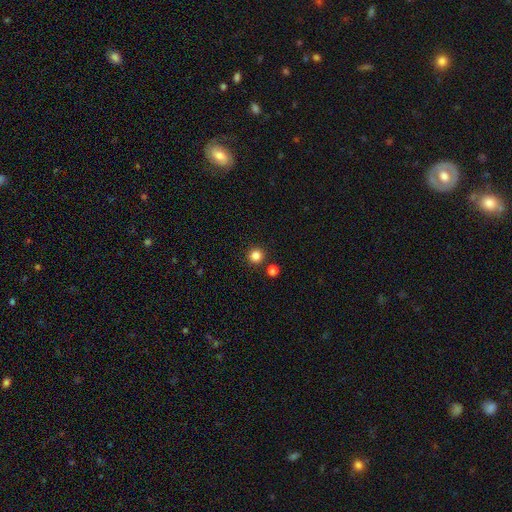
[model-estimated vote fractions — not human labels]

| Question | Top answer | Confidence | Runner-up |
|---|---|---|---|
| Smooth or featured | smooth | 84% | star or artifact (13%) |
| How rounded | round | 95% | in between (4%) |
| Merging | none | 87% | merger (6%) |